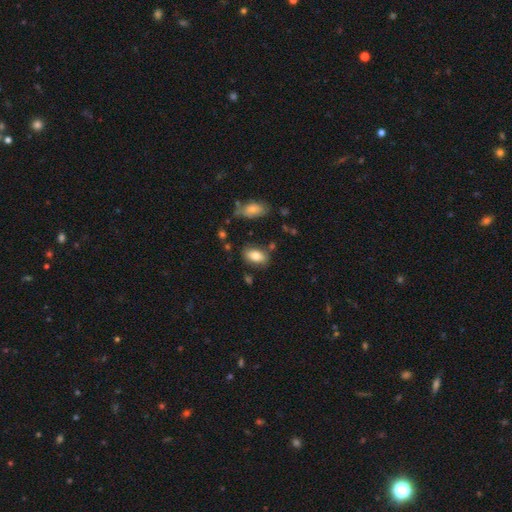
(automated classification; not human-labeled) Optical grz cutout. It shows a smooth galaxy with no disk features (79%) that is in between round and cigar-shaped (91%). Merging: none (78%).